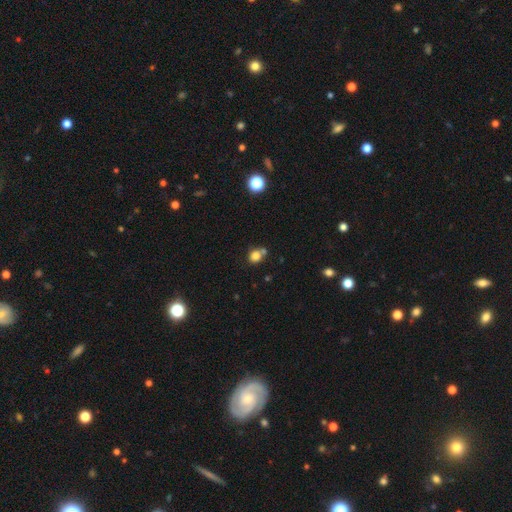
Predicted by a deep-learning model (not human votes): A smooth galaxy with no disk features (80%) that is round (77%). Merging: none (57%).